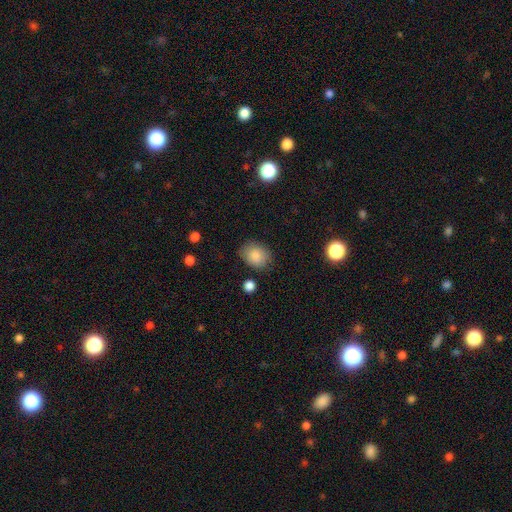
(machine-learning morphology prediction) Q: Smooth or featured?
A: smooth (86%); runner-up: star or artifact (8%)
Q: How rounded?
A: in between (55%); runner-up: round (44%)
Q: Merging?
A: none (76%); runner-up: minor disturbance (17%)